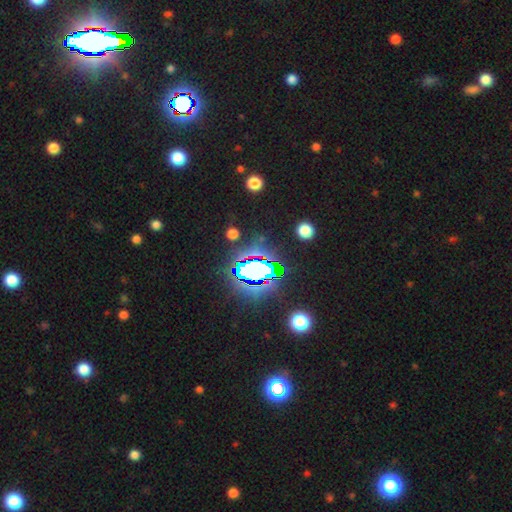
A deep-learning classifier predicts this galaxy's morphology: star or artifact 83%, smooth 10%, featured or disk 7%.